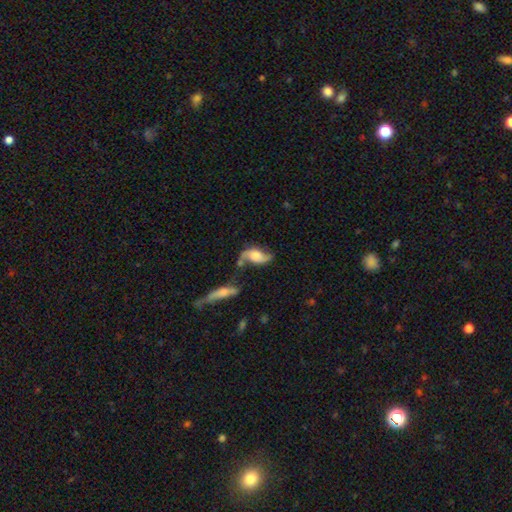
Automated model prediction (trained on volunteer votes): This is likely a featured or disk galaxy (70%). It is clearly not viewed edge-on (92%). Bar: likely no (64%). Spiral arm pattern: clearly yes (92%). Spiral arm count: clearly 2 (90%). Spiral winding: likely loose (70%). Central bulge: marginally large (31%). Merging: possibly none (48%).